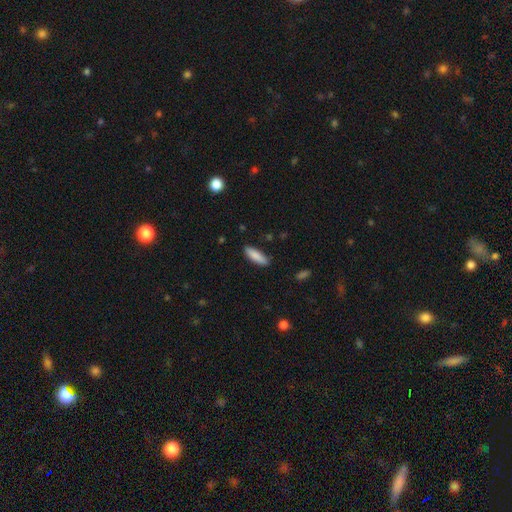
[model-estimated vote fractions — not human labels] A smooth galaxy with no disk features (87%) that is cigar-shaped (53%).

Vote fractions:
- Smooth or featured? smooth: 87% / featured or disk: 7% / star or artifact: 6%
- How rounded? cigar-shaped: 53% / in between: 45% / round: 1%
- Merging? none: 86% / minor disturbance: 11% / major disturbance: 2% / merger: 1%